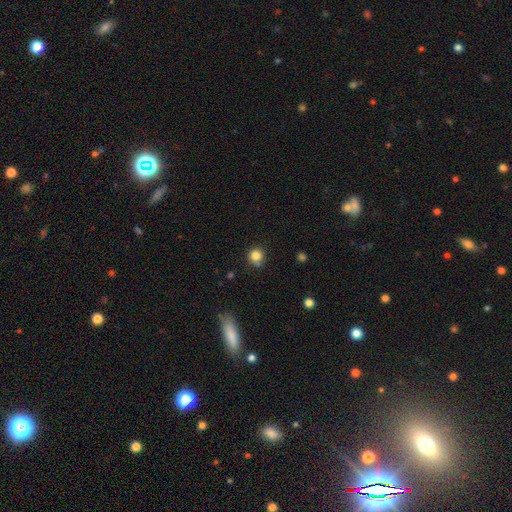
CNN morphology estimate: smooth_or_featured: smooth (p=0.82) [alt: star or artifact p=0.12]
how_rounded: round (p=0.91) [alt: in between p=0.08]
merging: none (p=0.74) [alt: minor disturbance p=0.15]